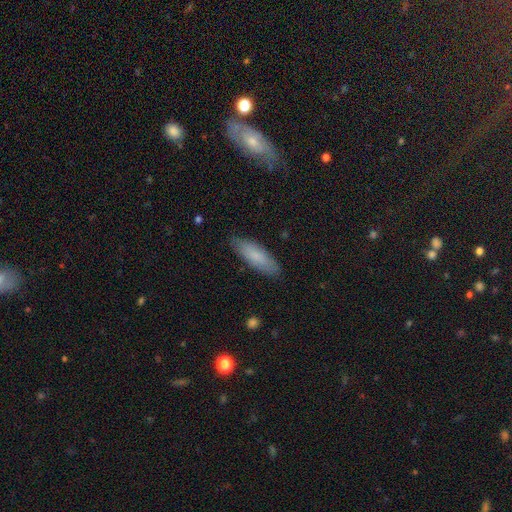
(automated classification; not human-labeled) Smooth or featured? smooth (80%)
How rounded? in between (51%)
Merging? none (85%)